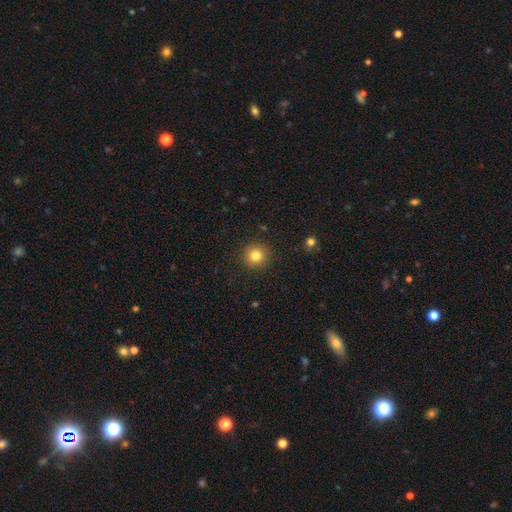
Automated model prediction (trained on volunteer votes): smooth-or-featured: smooth: 82% | star or artifact: 12% | featured or disk: 7%
  how-rounded: round: 94% | in between: 5% | cigar-shaped: 1%
  merging: none: 91% | minor disturbance: 6% | major disturbance: 2% | merger: 1%